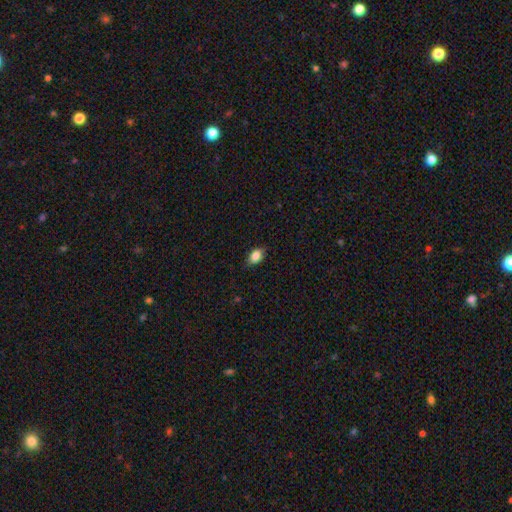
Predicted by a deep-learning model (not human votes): This is clearly a smooth galaxy (85%). How rounded: clearly in between (83%). Merging: clearly none (82%).